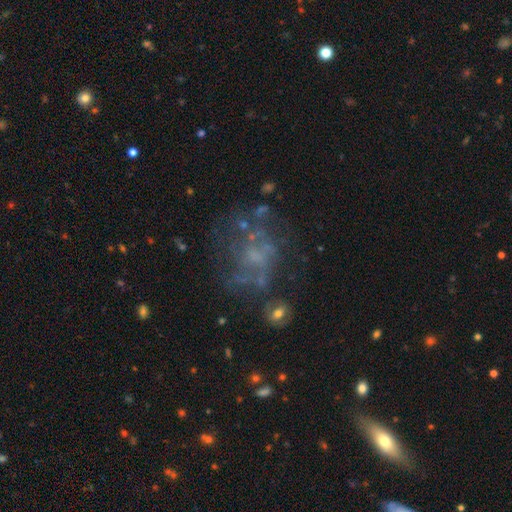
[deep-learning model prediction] featured or disk 55%, star or artifact 25%, smooth 20%. Down the decision tree: edge-on disk — no (96%); bar — no (78%); spiral arms — no (58%); bulge size — none (48%); merging — none (52%).